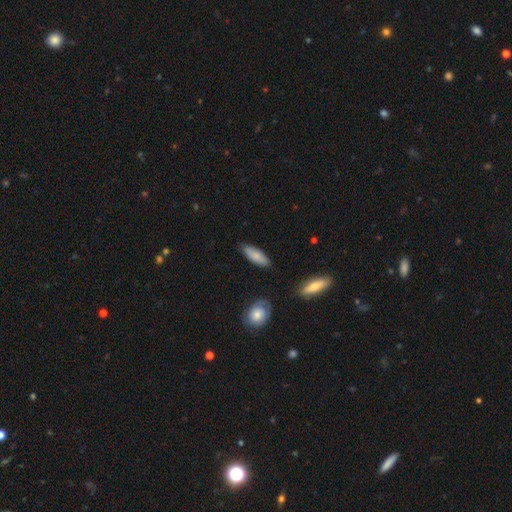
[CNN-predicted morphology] Smooth or featured? smooth (80%)
How rounded? in between (62%)
Merging? none (83%)